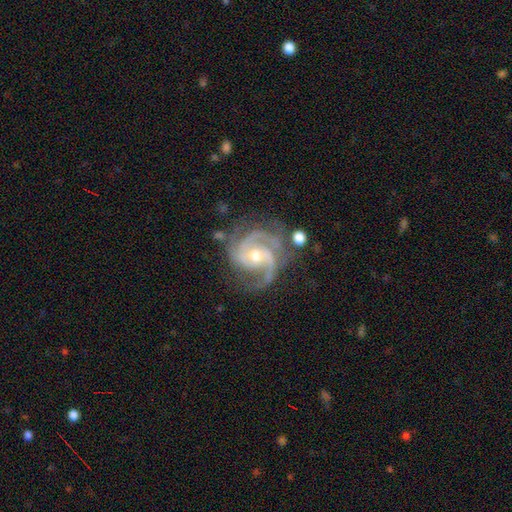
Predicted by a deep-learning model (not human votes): A featured or disk galaxy (92%) with no bar (57%), 3 (52%) medium (49%) spiral arms (98%) and a moderate central bulge (62%).

Vote fractions:
- Smooth or featured? featured or disk: 92% / star or artifact: 5% / smooth: 3%
- Edge-on disk? no: 98% / yes: 2%
- Bar? no: 57% / weak: 33% / strong: 11%
- Spiral arms? yes: 98% / no: 2%
- Spiral winding? medium: 49% / tight: 43% / loose: 9%
- Spiral arm count? 3: 52% / 2: 28% / can't tell: 7% / 4: 6% / 1: 4% / more than 4: 3%
- Bulge size? moderate: 62% / small: 34% / large: 3% / none: 1% / dominant: 1%
- Merging? none: 65% / minor disturbance: 20% / major disturbance: 11% / merger: 4%